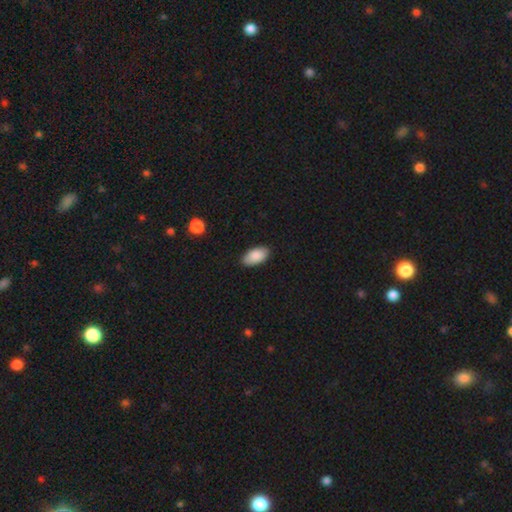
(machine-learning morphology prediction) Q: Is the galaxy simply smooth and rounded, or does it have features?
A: smooth — 89%.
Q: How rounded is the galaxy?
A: in between — 95%.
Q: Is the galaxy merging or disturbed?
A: none — 86%.